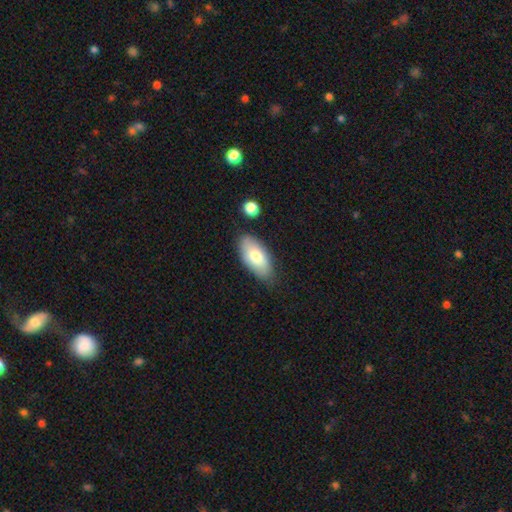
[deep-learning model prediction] Morphology: type=smooth (71%); roundness=in between (92%); merging=none (74%).